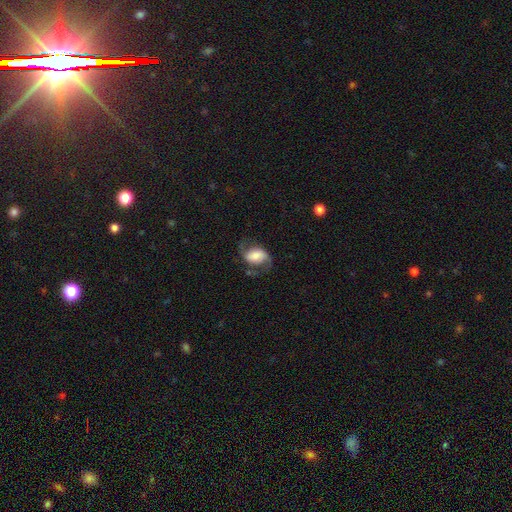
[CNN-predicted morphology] type=featured or disk (67%); edge-on=no (97%); bar=no (40%); spiral arms=yes (92%); winding=loose (50%); arm count=2 (91%); bulge=large (33%); merging=none (65%).